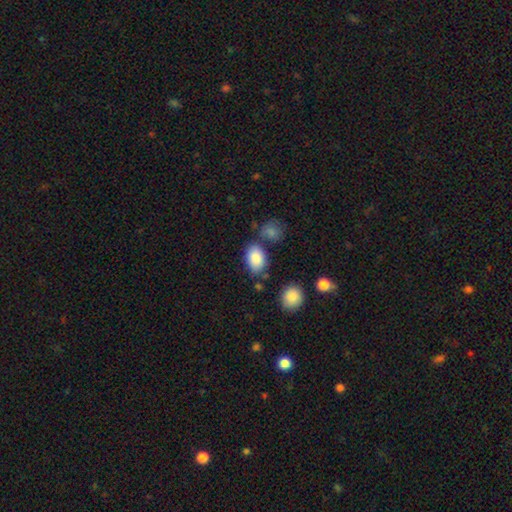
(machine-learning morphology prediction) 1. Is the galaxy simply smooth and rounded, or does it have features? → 86% smooth, 7% star or artifact, 6% featured or disk.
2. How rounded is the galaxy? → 86% in between, 13% round, 1% cigar-shaped.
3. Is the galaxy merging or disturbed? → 72% none, 15% minor disturbance, 8% merger, 4% major disturbance.